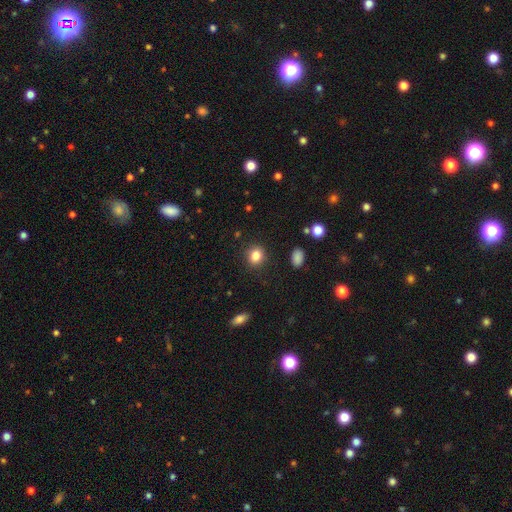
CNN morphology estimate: type=smooth (85%); roundness=round (70%); merging=none (89%).